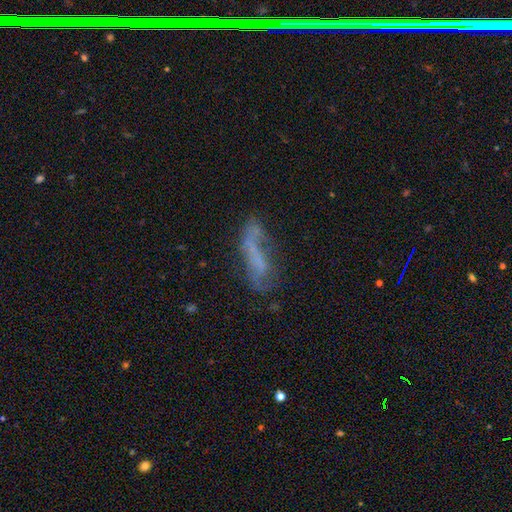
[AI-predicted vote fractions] smooth-or-featured: featured or disk: 45% | smooth: 41% | star or artifact: 13%
  merging: none: 40% | minor disturbance: 26% | major disturbance: 25% | merger: 9%